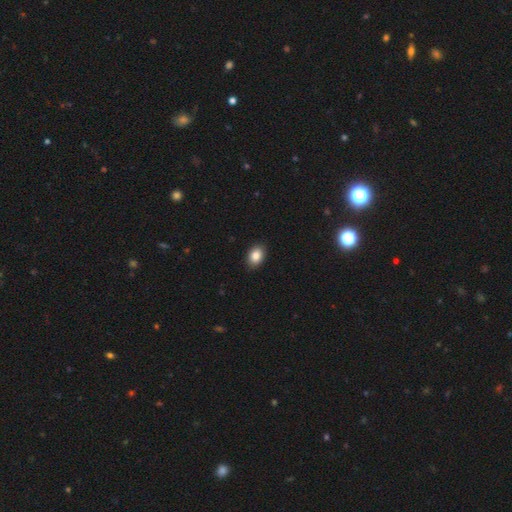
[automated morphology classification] smooth-or-featured: smooth: 86% | star or artifact: 8% | featured or disk: 6%
  how-rounded: in between: 77% | round: 22% | cigar-shaped: 1%
  merging: none: 89% | minor disturbance: 8% | major disturbance: 2% | merger: 1%